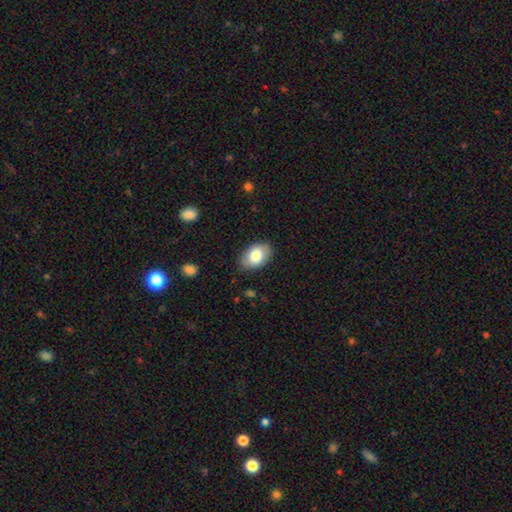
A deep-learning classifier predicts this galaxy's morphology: Smooth or featured?
  - smooth: 81% *
  - featured or disk: 12%
  - star or artifact: 7%
How rounded?
  - in between: 90% *
  - round: 9%
  - cigar-shaped: 1%
Merging?
  - none: 83% *
  - minor disturbance: 13%
  - major disturbance: 3%
  - merger: 1%